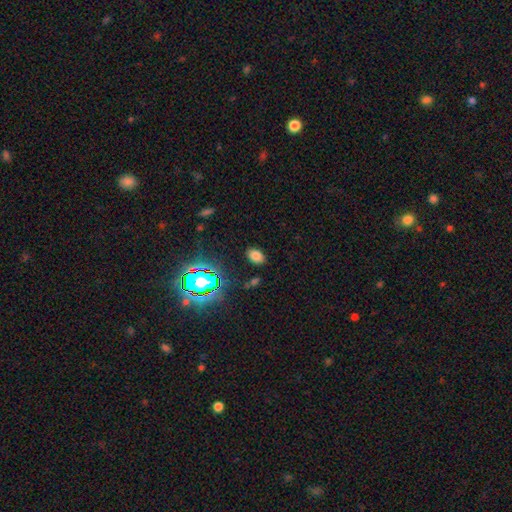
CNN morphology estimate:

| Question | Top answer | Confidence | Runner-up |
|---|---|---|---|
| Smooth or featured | smooth | 71% | star or artifact (22%) |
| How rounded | in between | 87% | round (12%) |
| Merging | none | 85% | minor disturbance (10%) |